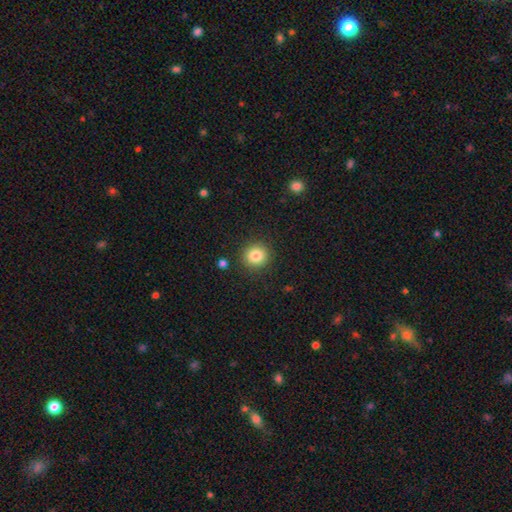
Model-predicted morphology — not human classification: Smooth or featured: smooth — 83% (star or artifact — 11%)
How rounded: round — 91% (in between — 8%)
Merging: none — 89% (minor disturbance — 7%)